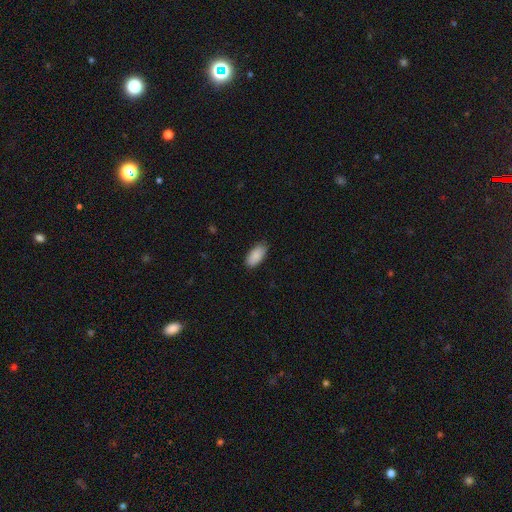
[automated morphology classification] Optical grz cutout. It shows a smooth galaxy with no disk features (89%) that is in between round and cigar-shaped (93%). Merging: none (80%).